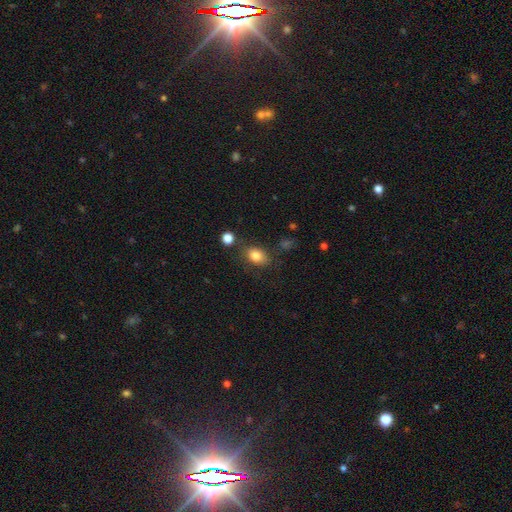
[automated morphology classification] A smooth galaxy with no disk features (82%) that is in between round and cigar-shaped (72%).

Vote fractions:
- Smooth or featured? smooth: 82% / star or artifact: 10% / featured or disk: 8%
- How rounded? in between: 72% / round: 27% / cigar-shaped: 1%
- Merging? none: 75% / minor disturbance: 15% / merger: 5% / major disturbance: 5%